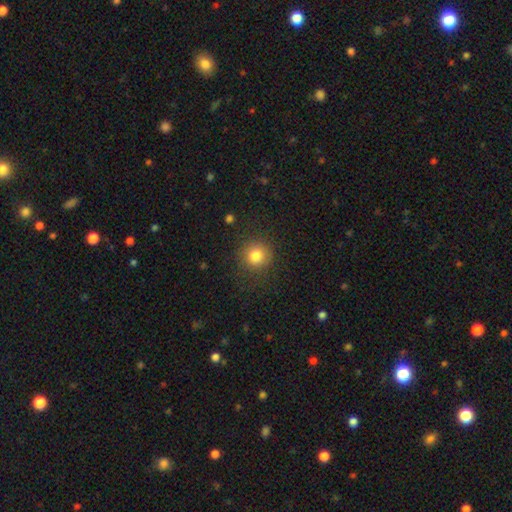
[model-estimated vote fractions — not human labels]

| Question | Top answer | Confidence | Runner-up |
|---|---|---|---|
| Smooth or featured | smooth | 81% | star or artifact (12%) |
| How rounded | round | 92% | in between (7%) |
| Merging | none | 86% | minor disturbance (9%) |